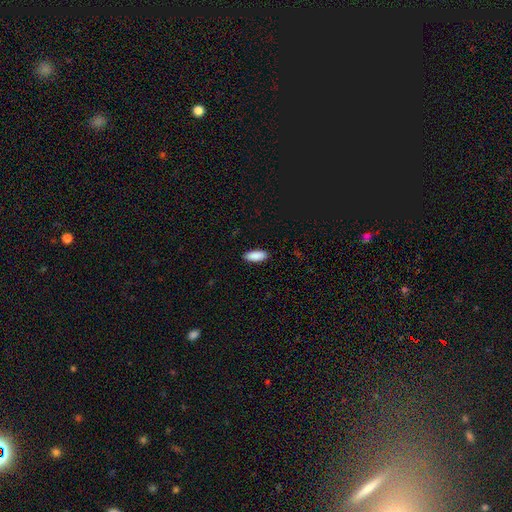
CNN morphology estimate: Smooth or featured? smooth (90%)
How rounded? in between (80%)
Merging? none (89%)